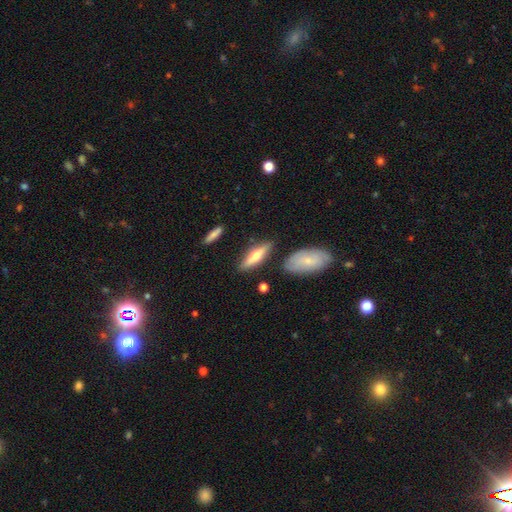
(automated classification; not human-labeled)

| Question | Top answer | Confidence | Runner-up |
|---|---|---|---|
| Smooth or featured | featured or disk | 49% | smooth (45%) |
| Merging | none | 81% | minor disturbance (11%) |